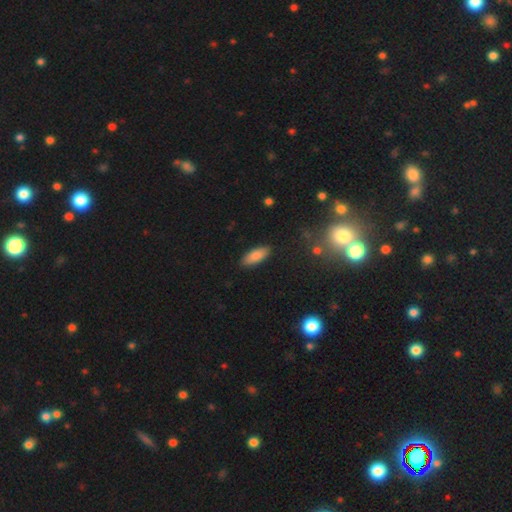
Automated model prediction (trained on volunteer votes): Smooth or featured? Predicted: smooth (p=0.83). How rounded? Predicted: in between (p=0.76). Merging? Predicted: none (p=0.89).